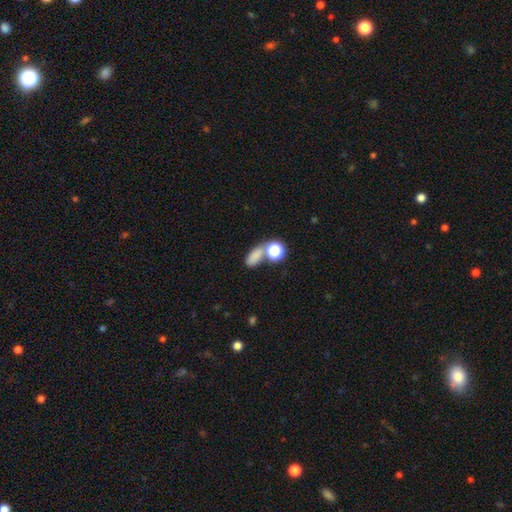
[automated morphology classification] Smooth or featured? smooth (75%)
How rounded? in between (73%)
Merging? none (48%)